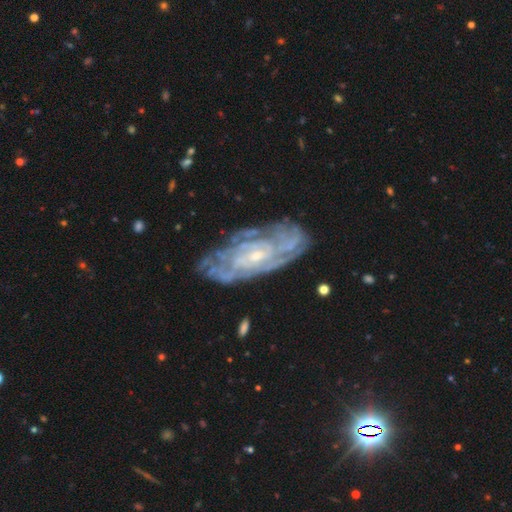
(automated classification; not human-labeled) A featured or disk galaxy (86%) with no bar (61%), tight (73%) spiral arms (94%) and a small central bulge (75%). Merging: none (74%).